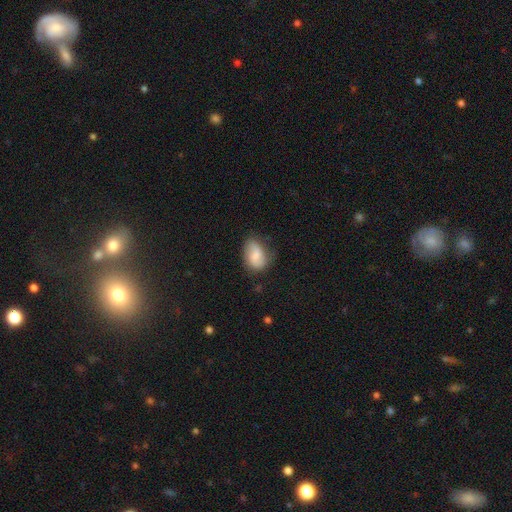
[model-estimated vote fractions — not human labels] Smooth or featured? Predicted: smooth (p=0.63). How rounded? Predicted: in between (p=0.81). Merging? Predicted: none (p=0.63).